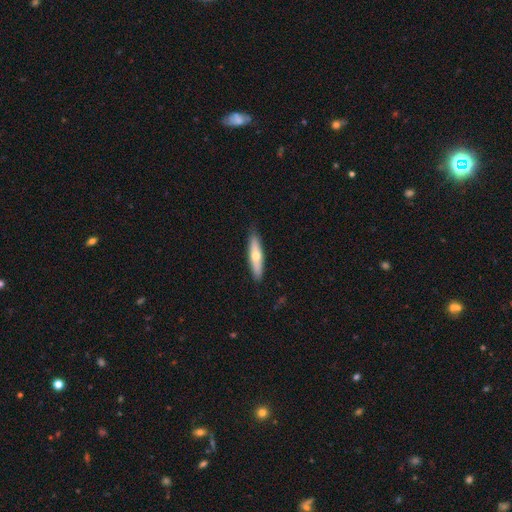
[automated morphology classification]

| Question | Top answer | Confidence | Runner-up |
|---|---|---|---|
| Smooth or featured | smooth | 54% | featured or disk (41%) |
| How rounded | cigar-shaped | 74% | in between (24%) |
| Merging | none | 87% | minor disturbance (10%) |